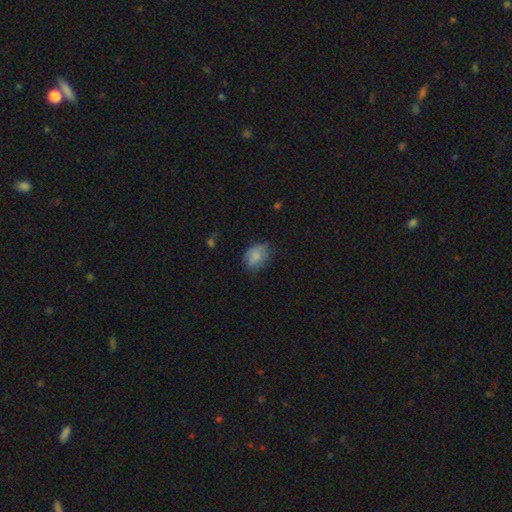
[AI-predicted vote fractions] This is clearly a smooth galaxy (81%). How rounded: likely in between (72%). Merging: likely none (64%).